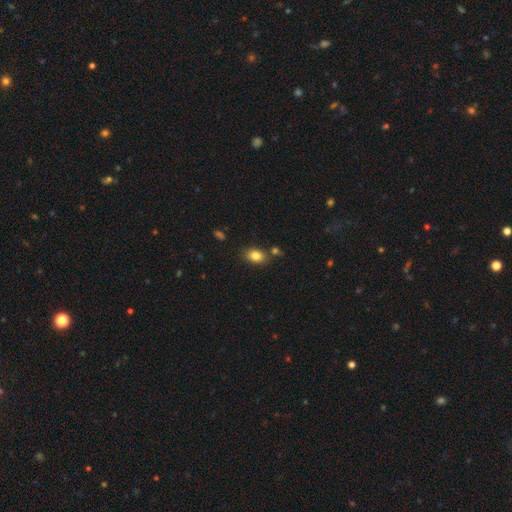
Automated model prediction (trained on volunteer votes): Smooth or featured? Predicted: smooth (p=0.82). How rounded? Predicted: in between (p=0.77). Merging? Predicted: none (p=0.77).